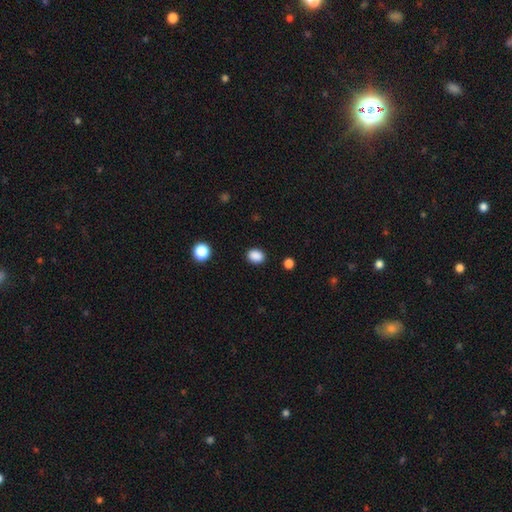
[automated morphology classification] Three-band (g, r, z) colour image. It shows a smooth galaxy with no disk features (88%) that is in between round and cigar-shaped (56%). Merging: none (87%).